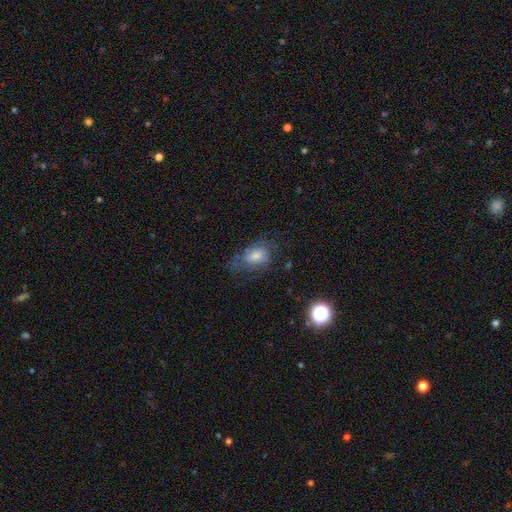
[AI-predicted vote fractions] Morphology: type=smooth (47%); merging=none (53%).